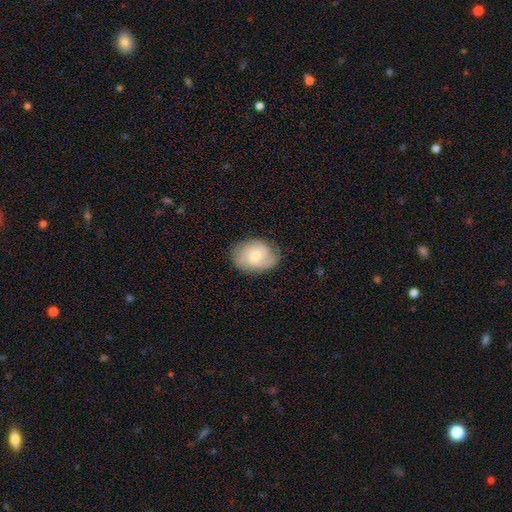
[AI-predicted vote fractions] The model was most divided on "smooth or featured": featured or disk: 51%, smooth: 42%, star or artifact: 7%. More confident: edge-on disk — no (96%); merging — none (77%).